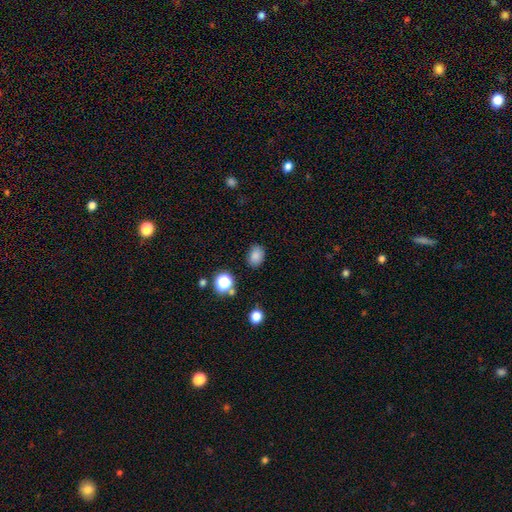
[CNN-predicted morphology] Smooth or featured: smooth — 82% (star or artifact — 13%)
How rounded: in between — 64% (round — 35%)
Merging: none — 83% (minor disturbance — 12%)